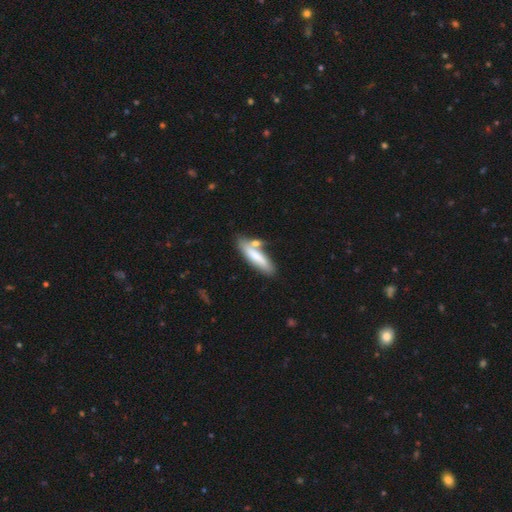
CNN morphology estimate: Smooth or featured? Predicted: smooth (p=0.73). How rounded? Predicted: cigar-shaped (p=0.71). Merging? Predicted: none (p=0.60).